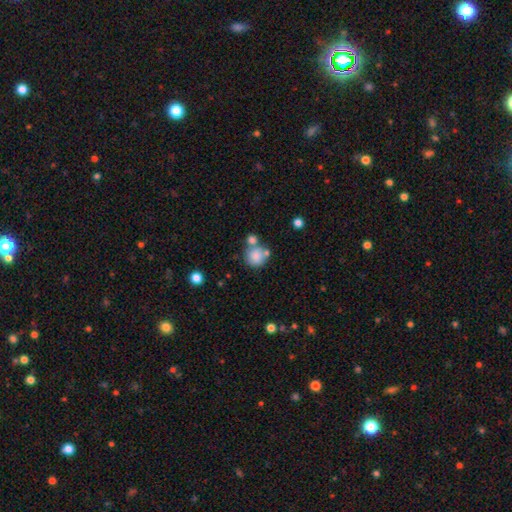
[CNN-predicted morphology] Smooth or featured? Predicted: smooth (p=0.82). How rounded? Predicted: round (p=0.89). Merging? Predicted: none (p=0.56).